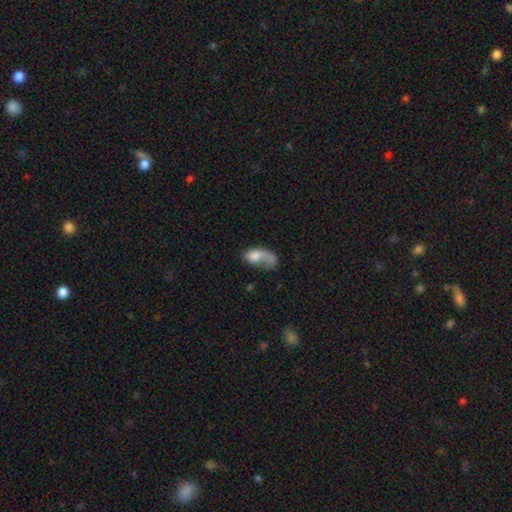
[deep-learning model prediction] Morphology: type=smooth (56%); roundness=in between (86%); merging=major disturbance (44%).